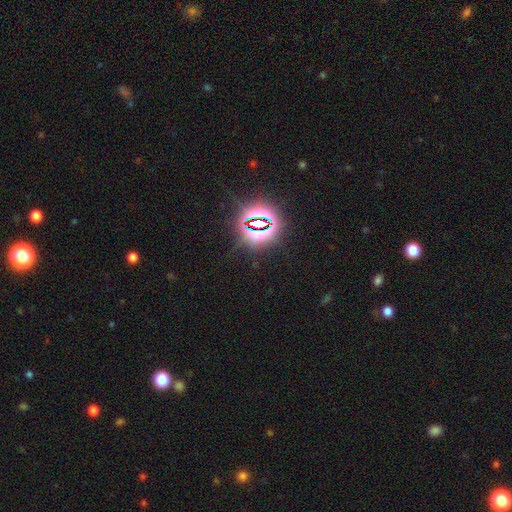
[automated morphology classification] type=star or artifact (82%).